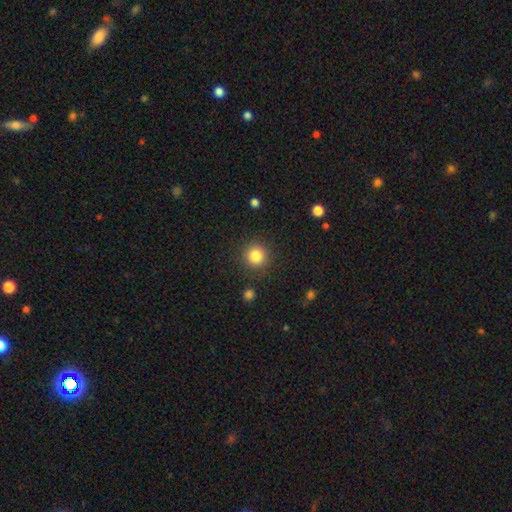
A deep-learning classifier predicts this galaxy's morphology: Overall: smooth (83%). How rounded: round (94%). Merging: none (88%).